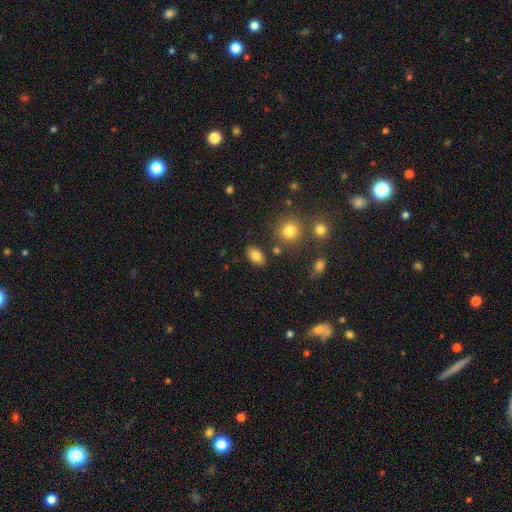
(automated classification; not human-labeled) This is clearly a smooth galaxy (82%). How rounded: clearly in between (87%). Merging: clearly none (82%).